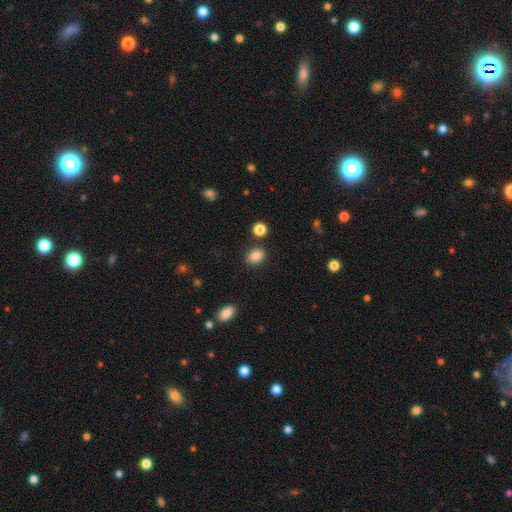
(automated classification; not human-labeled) smooth_or_featured: smooth (p=0.86) [alt: star or artifact p=0.10]
how_rounded: in between (p=0.65) [alt: round p=0.34]
merging: none (p=0.84) [alt: minor disturbance p=0.09]